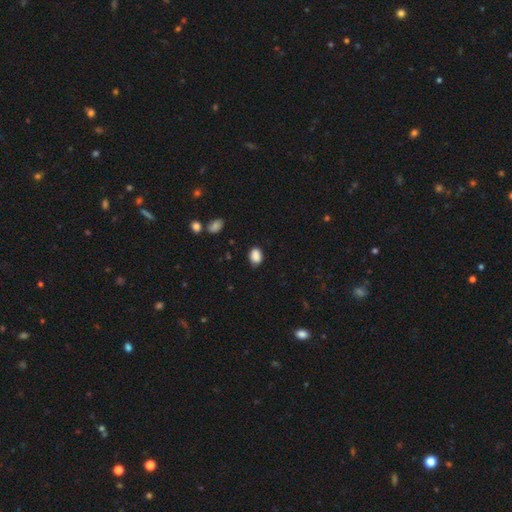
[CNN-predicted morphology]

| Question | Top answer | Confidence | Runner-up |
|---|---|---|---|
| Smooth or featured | smooth | 87% | star or artifact (9%) |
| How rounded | in between | 75% | round (24%) |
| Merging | none | 79% | minor disturbance (16%) |